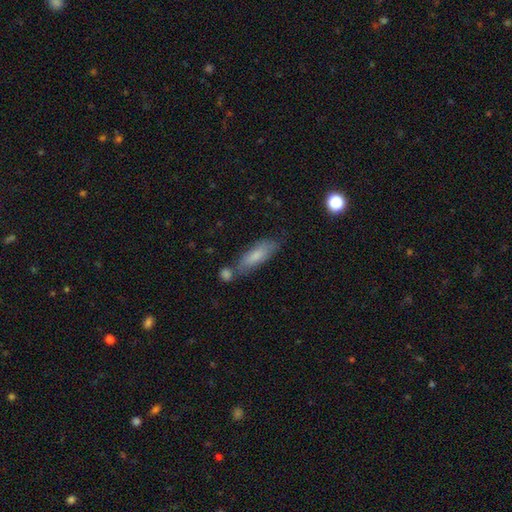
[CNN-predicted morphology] smooth-or-featured: smooth: 75% | featured or disk: 18% | star or artifact: 7%
  how-rounded: in between: 52% | cigar-shaped: 46% | round: 2%
  merging: none: 57% | merger: 19% | minor disturbance: 19% | major disturbance: 5%